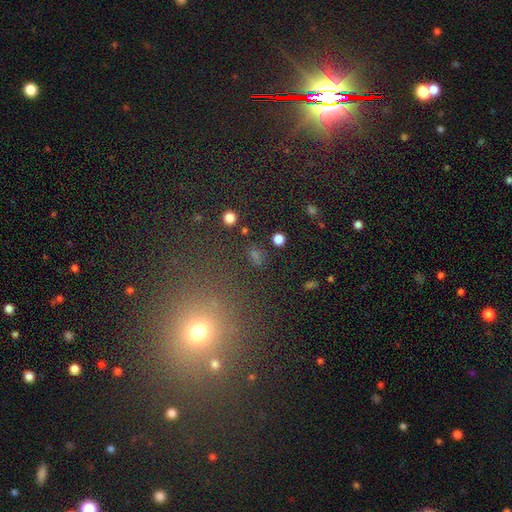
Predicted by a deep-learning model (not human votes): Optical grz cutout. It shows a smooth galaxy with no disk features (55%) that is in between round and cigar-shaped (51%). Merging: none (82%).